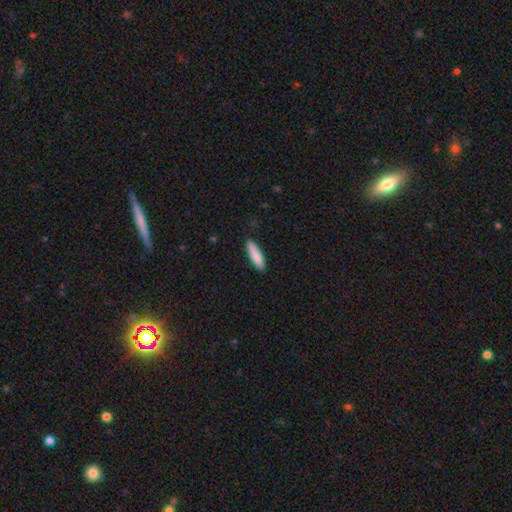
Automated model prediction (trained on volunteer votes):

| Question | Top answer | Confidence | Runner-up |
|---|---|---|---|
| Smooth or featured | smooth | 86% | featured or disk (8%) |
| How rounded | cigar-shaped | 69% | in between (29%) |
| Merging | none | 87% | minor disturbance (10%) |